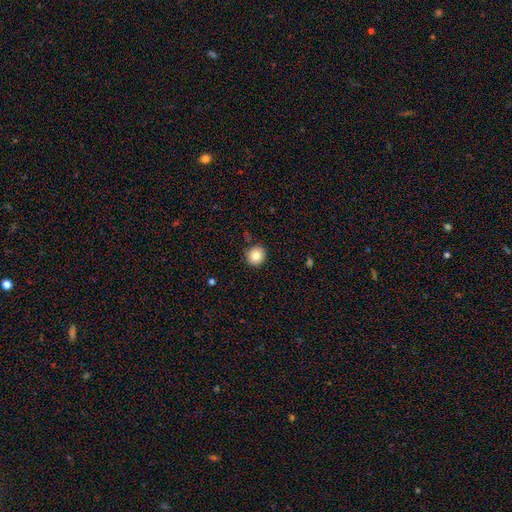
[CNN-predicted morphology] Overall: smooth (82%). How rounded: round (93%). Merging: none (89%).